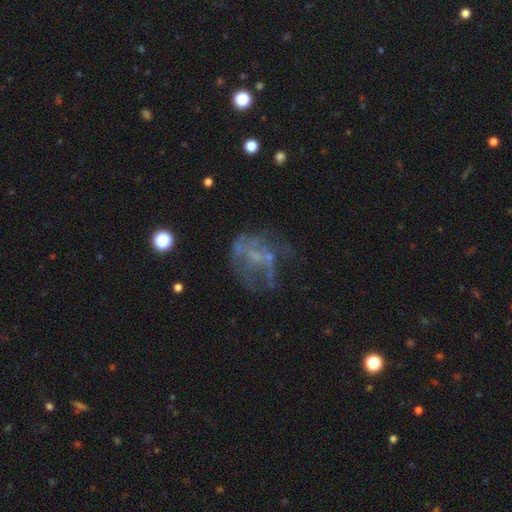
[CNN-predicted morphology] Smooth or featured? Predicted: featured or disk (p=0.59). Edge-on disk? Predicted: no (p=0.97). Bar? Predicted: no (p=0.74). Spiral arms? Predicted: no (p=0.76). Bulge size? Predicted: none (p=0.60). Merging? Predicted: none (p=0.43).